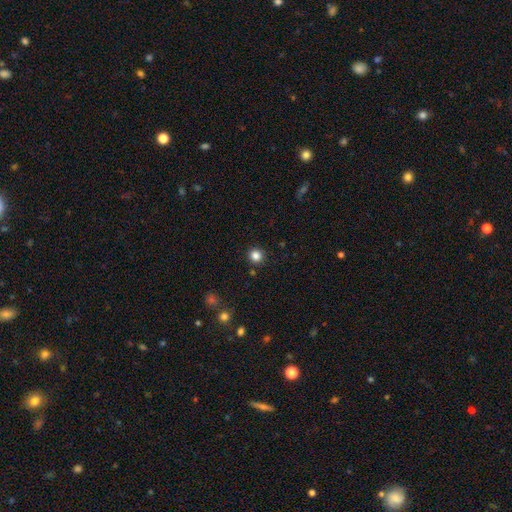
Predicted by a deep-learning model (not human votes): This is clearly a smooth galaxy (84%). How rounded: clearly round (94%). Merging: clearly none (91%).